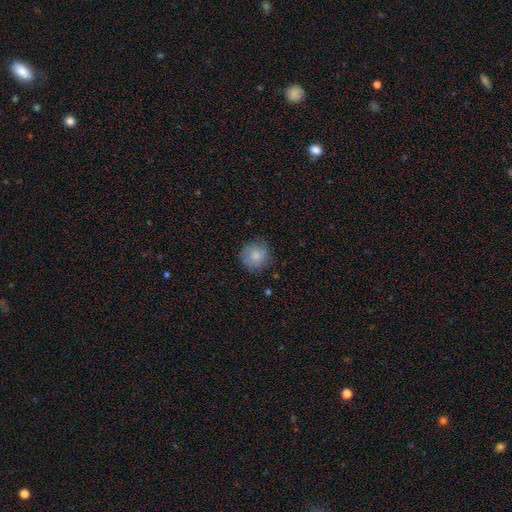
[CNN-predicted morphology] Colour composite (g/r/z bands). It shows a smooth galaxy with no disk features (82%) that is round (92%). Merging: none (79%).